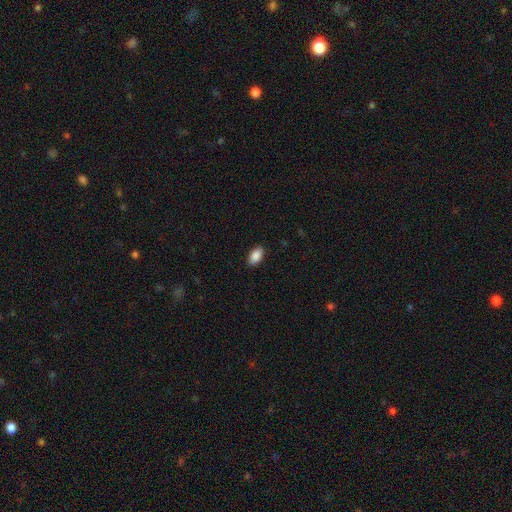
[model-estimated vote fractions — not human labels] Smooth or featured?
  - smooth: 89% *
  - star or artifact: 7%
  - featured or disk: 4%
How rounded?
  - in between: 93% *
  - round: 4%
  - cigar-shaped: 3%
Merging?
  - none: 89% *
  - minor disturbance: 8%
  - major disturbance: 2%
  - merger: 1%